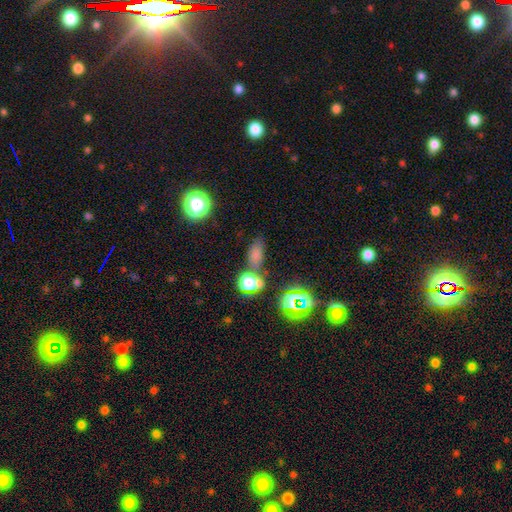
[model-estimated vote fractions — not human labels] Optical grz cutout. It shows a smooth galaxy with no disk features (55%) that is in between round and cigar-shaped (66%). Merging: none (69%).